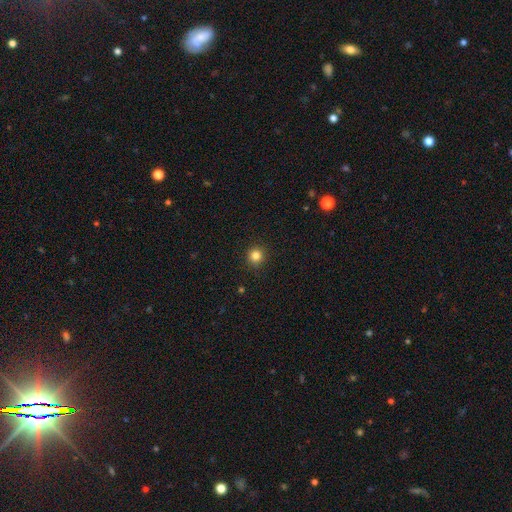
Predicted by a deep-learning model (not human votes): Smooth or featured?
  - smooth: 83% *
  - star or artifact: 12%
  - featured or disk: 5%
How rounded?
  - round: 93% *
  - in between: 6%
  - cigar-shaped: 1%
Merging?
  - none: 92% *
  - minor disturbance: 5%
  - major disturbance: 2%
  - merger: 1%